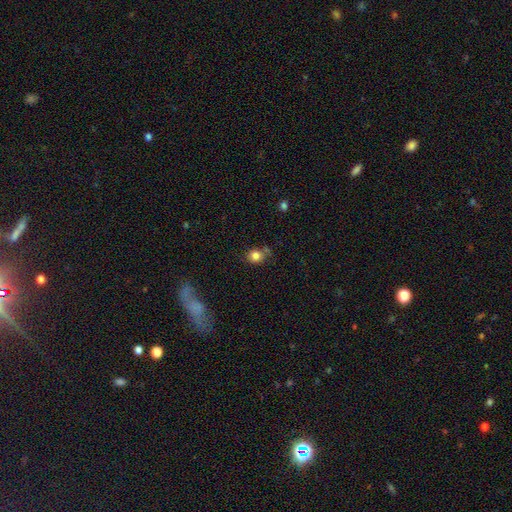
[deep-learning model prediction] Smooth or featured: smooth — 81% (star or artifact — 11%)
How rounded: round — 73% (in between — 25%)
Merging: none — 66% (minor disturbance — 19%)